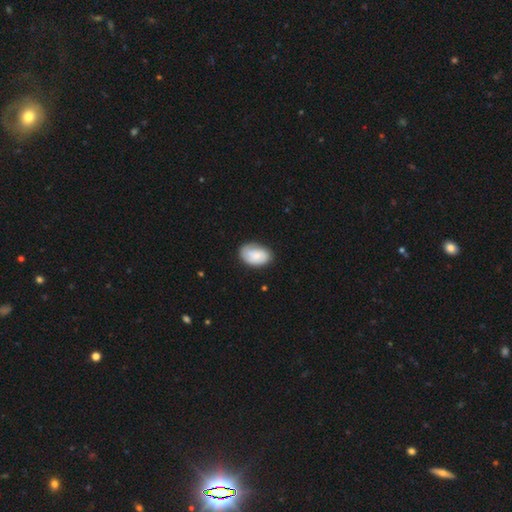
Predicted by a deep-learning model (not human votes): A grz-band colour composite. It shows a smooth galaxy with no disk features (62%) that is in between round and cigar-shaped (86%). Merging: none (75%).